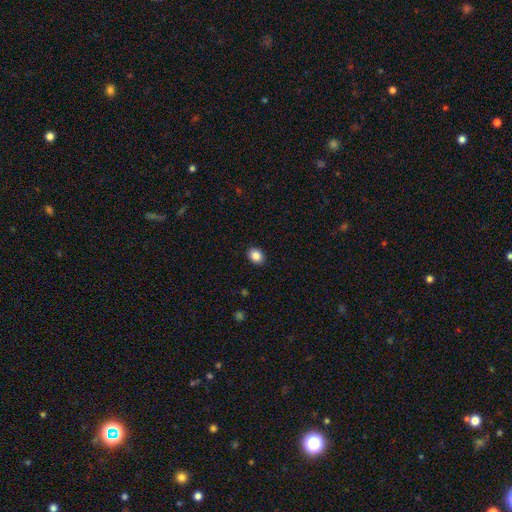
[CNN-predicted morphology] This is clearly a smooth galaxy (87%). How rounded: possibly in between (56%). Merging: clearly none (90%).